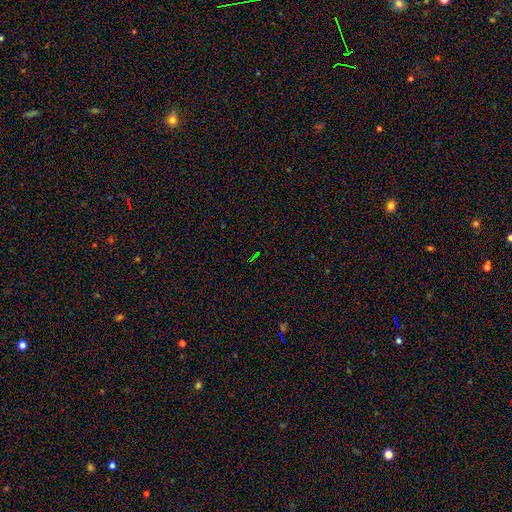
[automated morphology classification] This appears to be a star or artifact, not a galaxy (75%).